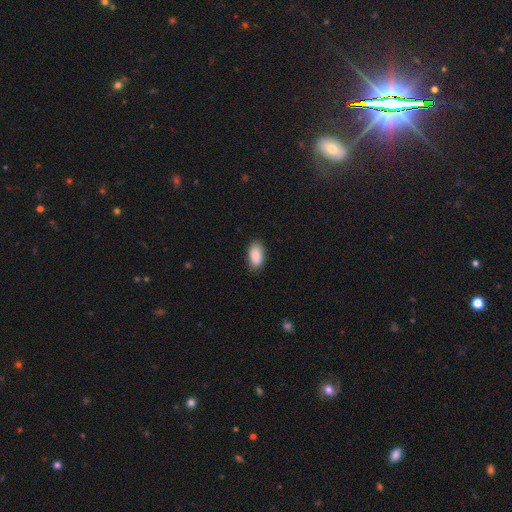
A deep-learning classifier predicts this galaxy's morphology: smooth-or-featured: smooth: 89% | star or artifact: 6% | featured or disk: 4%
  how-rounded: in between: 94% | round: 3% | cigar-shaped: 2%
  merging: none: 86% | minor disturbance: 11% | major disturbance: 2% | merger: 1%